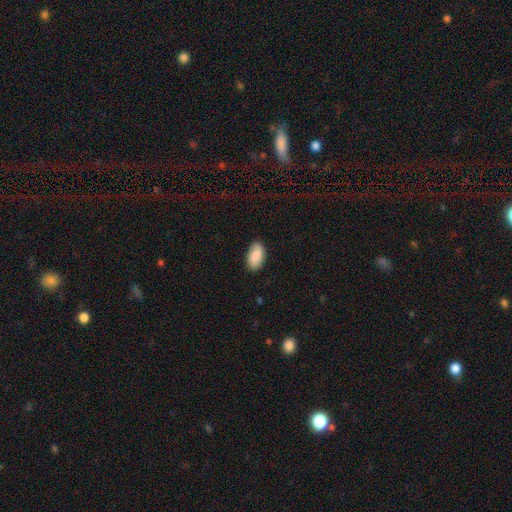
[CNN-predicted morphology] smooth_or_featured: smooth (p=0.82) [alt: featured or disk p=0.11]
how_rounded: in between (p=0.94) [alt: round p=0.03]
merging: none (p=0.85) [alt: minor disturbance p=0.12]